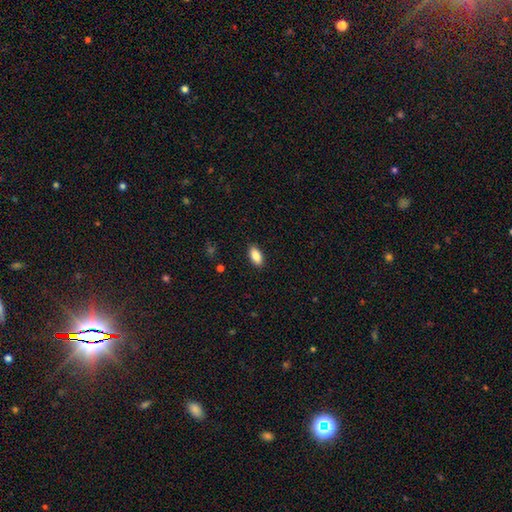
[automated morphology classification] Smooth or featured: smooth — 87% (star or artifact — 7%)
How rounded: in between — 91% (cigar-shaped — 7%)
Merging: none — 89% (minor disturbance — 8%)